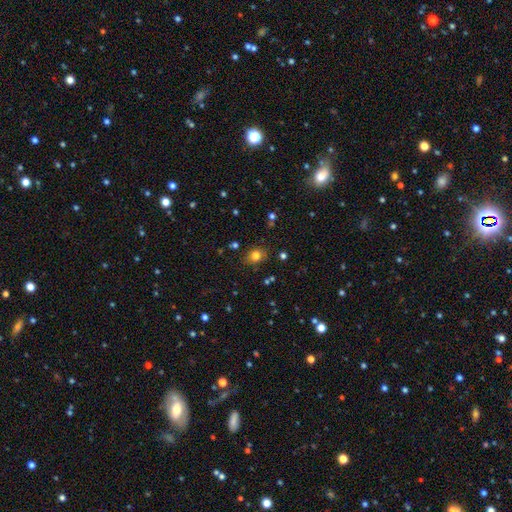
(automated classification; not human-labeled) The model was most divided on "how rounded": round: 57%, in between: 41%, cigar-shaped: 1%. More confident: merging — none (82%); smooth or featured — smooth (78%).